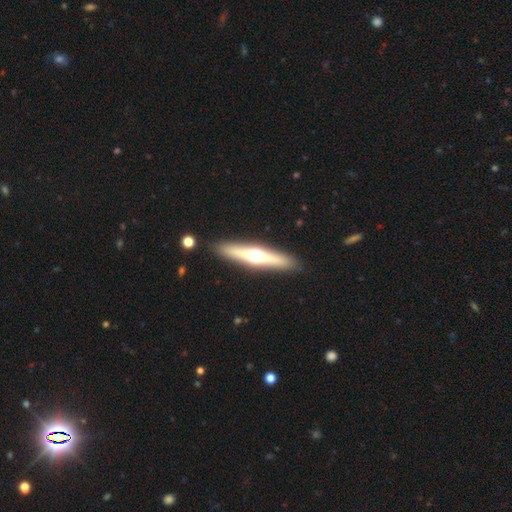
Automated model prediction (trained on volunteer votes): A featured or disk galaxy (64%) viewed edge-on (95%) with a rounded central bulge (94%).

Vote fractions:
- Smooth or featured? featured or disk: 64% / smooth: 30% / star or artifact: 6%
- Edge-on disk? yes: 95% / no: 5%
- Edge-on bulge? rounded: 94% / none: 3% / boxy: 3%
- Merging? none: 90% / minor disturbance: 7% / major disturbance: 2% / merger: 2%